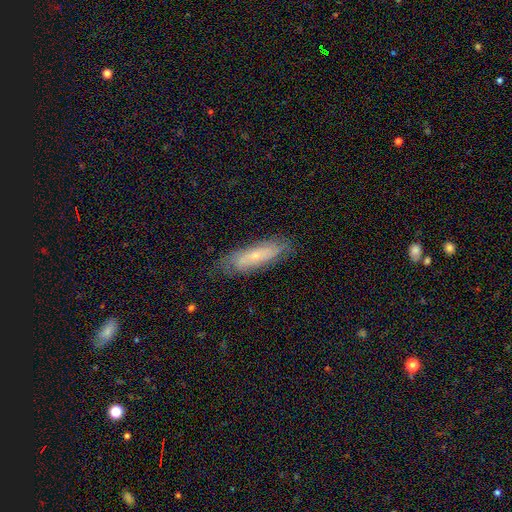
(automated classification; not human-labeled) smooth_or_featured: featured or disk (p=0.49) [alt: smooth p=0.43]
merging: none (p=0.75) [alt: minor disturbance p=0.19]